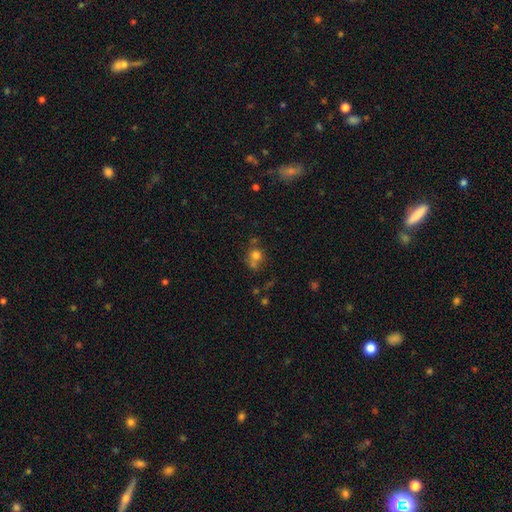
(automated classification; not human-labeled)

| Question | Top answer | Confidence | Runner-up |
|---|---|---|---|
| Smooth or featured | smooth | 72% | star or artifact (15%) |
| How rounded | round | 76% | in between (23%) |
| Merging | none | 45% | merger (29%) |